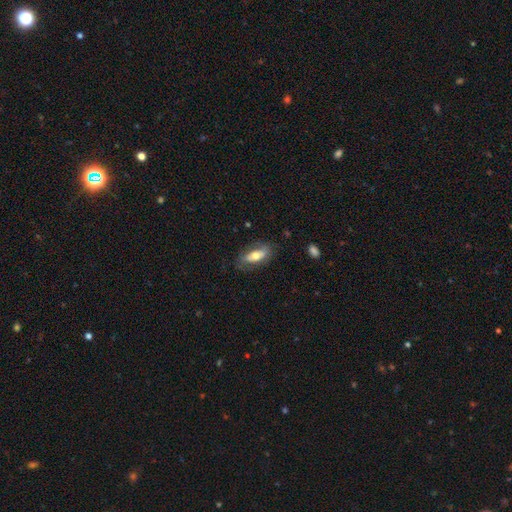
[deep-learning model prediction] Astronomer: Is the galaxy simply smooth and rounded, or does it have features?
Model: smooth — 56% (runner-up: featured or disk, 37%).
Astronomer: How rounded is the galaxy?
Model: in between — 76%.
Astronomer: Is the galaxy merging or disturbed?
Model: none — 71%.